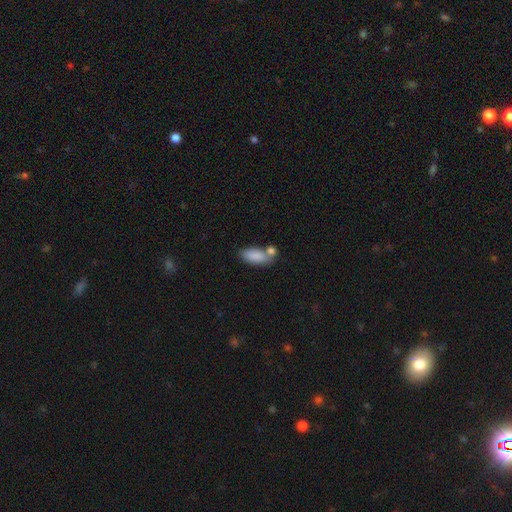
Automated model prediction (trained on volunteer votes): smooth 86%, featured or disk 7%, star or artifact 7%. Down the decision tree: how rounded — in between (86%); merging — none (52%).